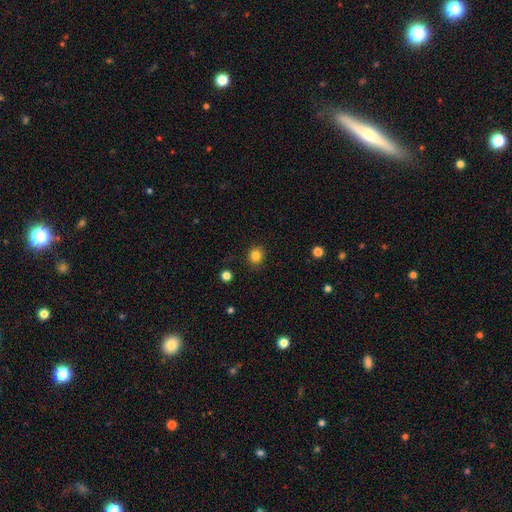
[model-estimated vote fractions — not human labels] Overall: smooth (84%). How rounded: round (83%). Merging: none (88%).